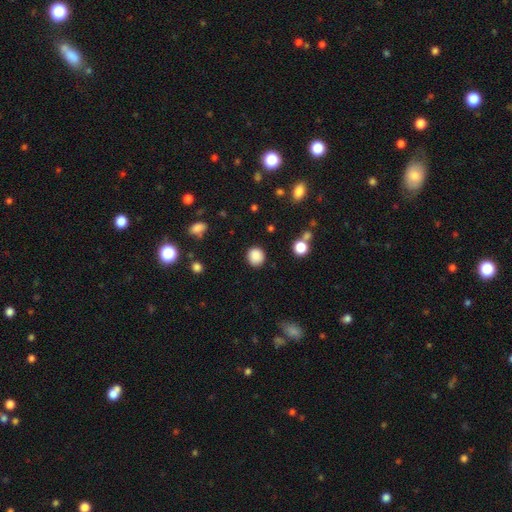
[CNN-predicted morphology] Smooth or featured? smooth (87%)
How rounded? round (86%)
Merging? none (88%)